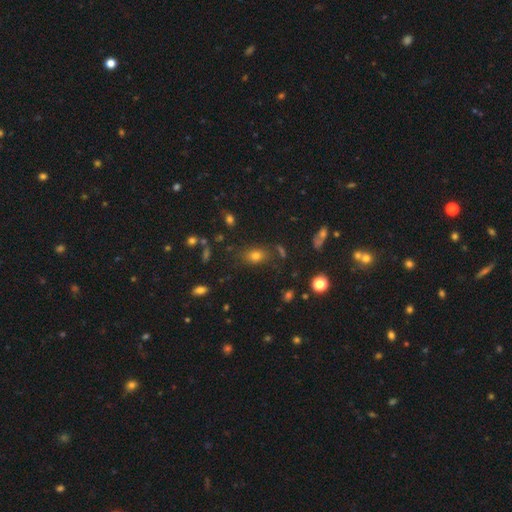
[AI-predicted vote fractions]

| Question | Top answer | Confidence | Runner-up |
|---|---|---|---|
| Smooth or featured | smooth | 66% | star or artifact (24%) |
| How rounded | in between | 63% | round (35%) |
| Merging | none | 75% | minor disturbance (14%) |